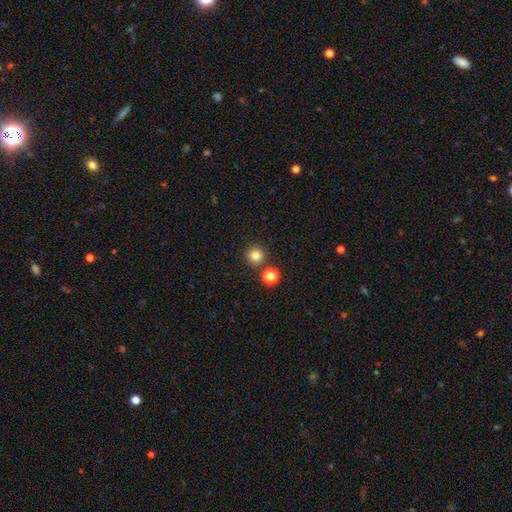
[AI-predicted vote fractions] smooth 81%, star or artifact 14%, featured or disk 5%. Down the decision tree: how rounded — round (95%); merging — none (84%).